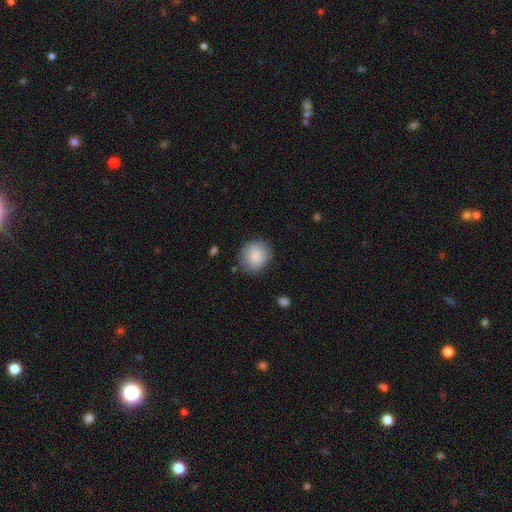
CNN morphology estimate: A smooth galaxy with no disk features (86%) that is round (81%).

Vote fractions:
- Smooth or featured? smooth: 86% / featured or disk: 7% / star or artifact: 7%
- How rounded? round: 81% / in between: 18% / cigar-shaped: 1%
- Merging? none: 80% / minor disturbance: 15% / major disturbance: 4% / merger: 2%